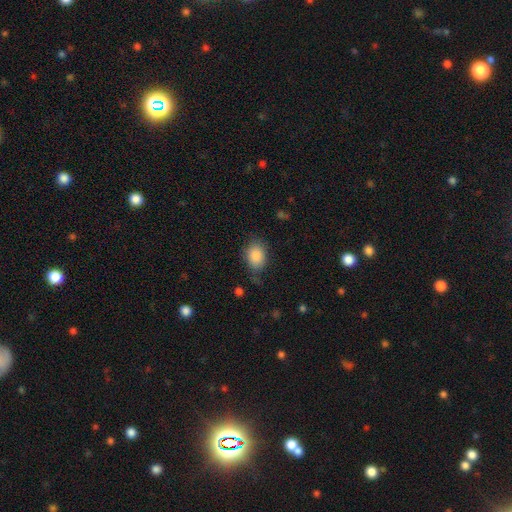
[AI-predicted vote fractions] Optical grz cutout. It shows a smooth galaxy with no disk features (86%) that is in between round and cigar-shaped (73%). Merging: none (69%).